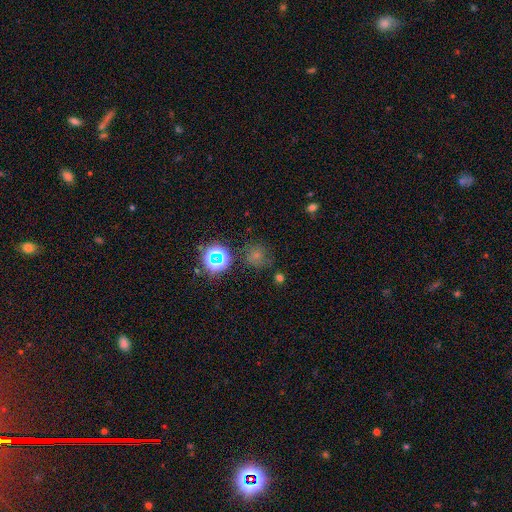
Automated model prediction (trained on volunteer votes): smooth_or_featured: smooth (p=0.61) [alt: star or artifact p=0.30]
how_rounded: round (p=0.88) [alt: in between p=0.11]
merging: none (p=0.70) [alt: minor disturbance p=0.18]